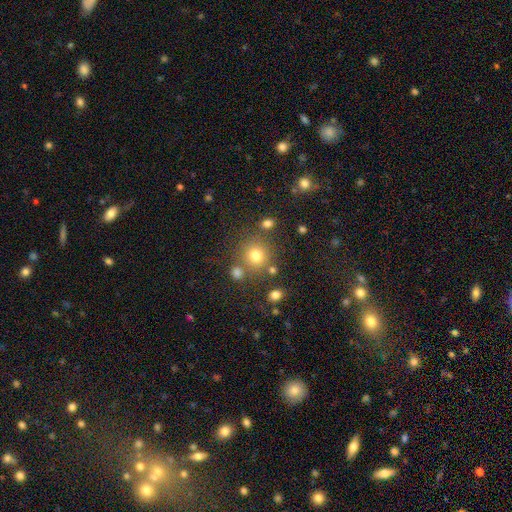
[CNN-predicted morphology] Smooth or featured?
  - smooth: 75% *
  - star or artifact: 16%
  - featured or disk: 9%
How rounded?
  - round: 91% *
  - in between: 8%
  - cigar-shaped: 1%
Merging?
  - none: 76% *
  - merger: 10%
  - minor disturbance: 9%
  - major disturbance: 4%